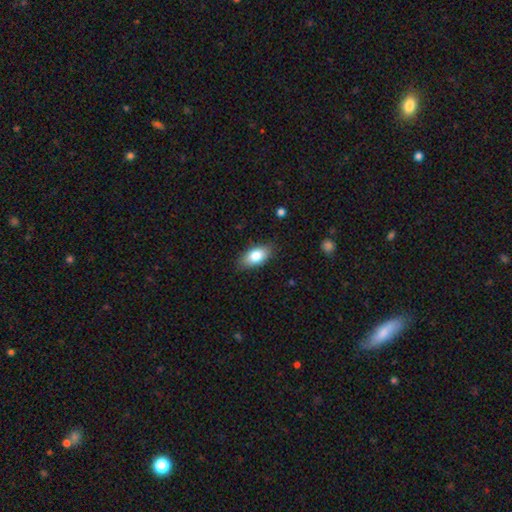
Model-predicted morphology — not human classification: smooth-or-featured: smooth: 81% | featured or disk: 12% | star or artifact: 7%
  how-rounded: in between: 91% | round: 4% | cigar-shaped: 4%
  merging: none: 84% | minor disturbance: 12% | major disturbance: 3% | merger: 1%